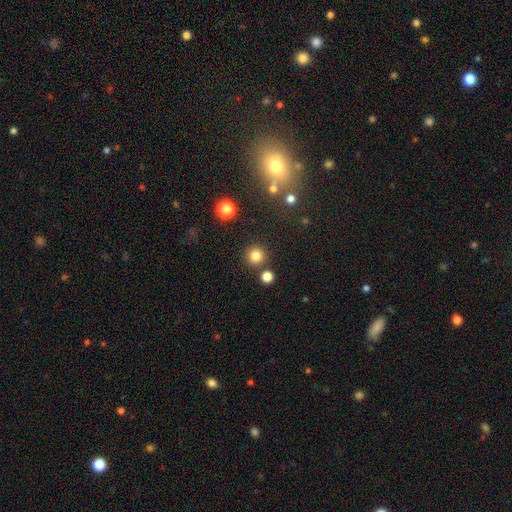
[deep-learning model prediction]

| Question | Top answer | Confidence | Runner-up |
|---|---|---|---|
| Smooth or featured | smooth | 81% | star or artifact (14%) |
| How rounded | round | 95% | in between (4%) |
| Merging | none | 87% | minor disturbance (6%) |